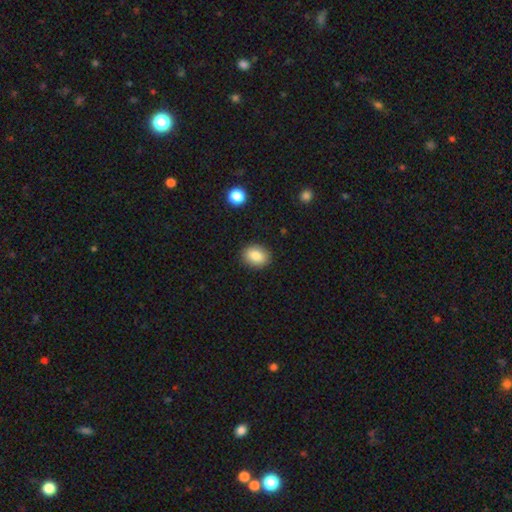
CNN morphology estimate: A smooth galaxy with no disk features (84%) that is in between round and cigar-shaped (59%). Merging: none (89%).